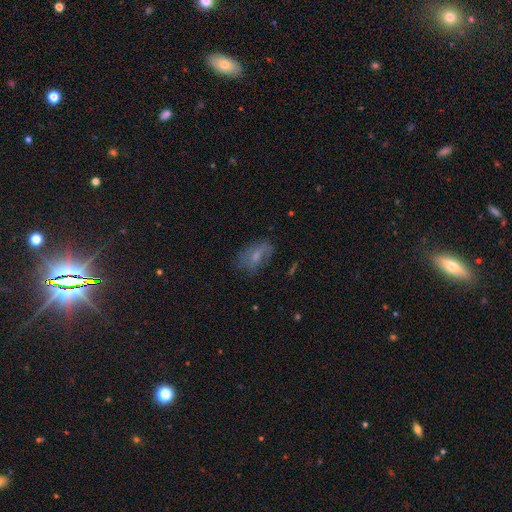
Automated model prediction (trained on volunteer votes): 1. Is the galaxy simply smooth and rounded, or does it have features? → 54% smooth, 35% featured or disk, 11% star or artifact.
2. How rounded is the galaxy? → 87% in between, 9% round, 4% cigar-shaped.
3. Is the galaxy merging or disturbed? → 57% none, 26% minor disturbance, 15% major disturbance, 2% merger.